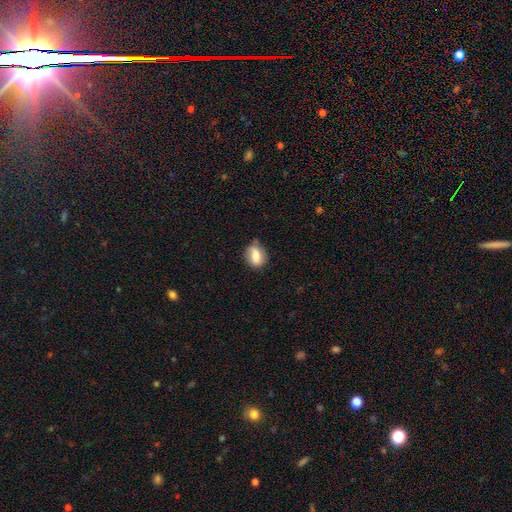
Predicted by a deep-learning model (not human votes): This appears to be a smooth galaxy with no disk features (72%) that is in between round and cigar-shaped (66%). Merging: none (67%).